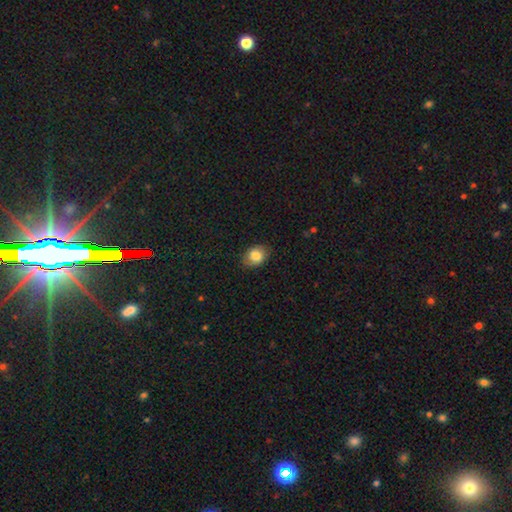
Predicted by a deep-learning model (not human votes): smooth-or-featured: smooth: 82% | featured or disk: 10% | star or artifact: 8%
  how-rounded: in between: 66% | round: 33% | cigar-shaped: 1%
  merging: none: 83% | minor disturbance: 13% | major disturbance: 3% | merger: 1%